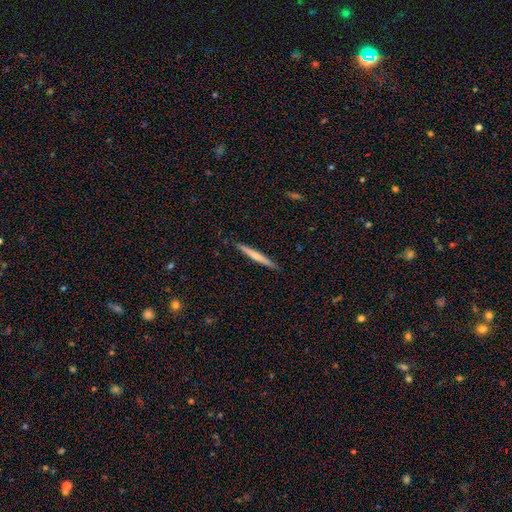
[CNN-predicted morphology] The model was most divided on "smooth or featured": smooth: 55%, featured or disk: 40%, star or artifact: 6%. More confident: how rounded — cigar-shaped (96%); merging — none (90%).